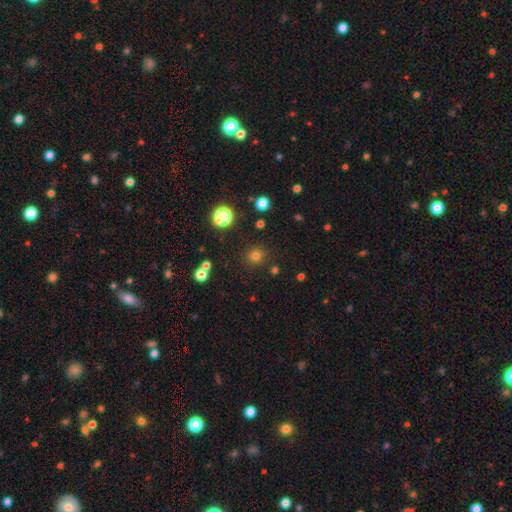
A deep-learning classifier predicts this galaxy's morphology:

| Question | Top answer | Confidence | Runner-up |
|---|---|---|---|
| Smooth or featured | smooth | 75% | star or artifact (19%) |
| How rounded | round | 91% | in between (8%) |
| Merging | none | 88% | minor disturbance (7%) |